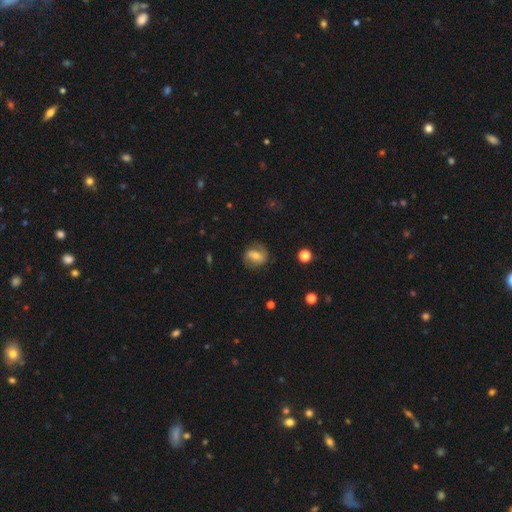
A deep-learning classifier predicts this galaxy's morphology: smooth_or_featured: smooth (p=0.50) [alt: featured or disk p=0.41]
merging: none (p=0.73) [alt: minor disturbance p=0.18]